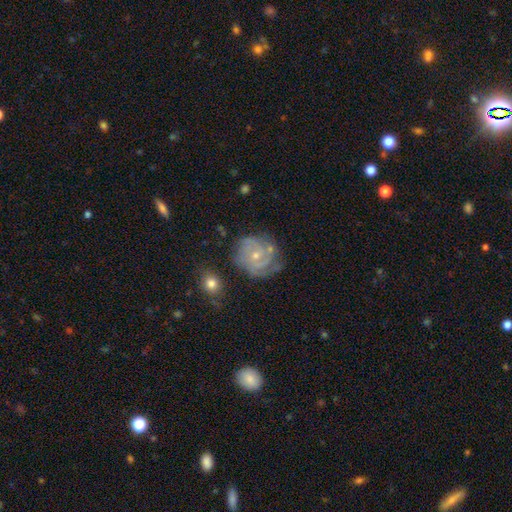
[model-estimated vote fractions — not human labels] Smooth or featured: featured or disk — 80% (smooth — 13%)
Edge-on disk: no — 98% (yes — 2%)
Bar: no — 71% (weak — 24%)
Spiral arms: yes — 92% (no — 8%)
Spiral winding: tight — 63% (medium — 29%)
Spiral arm count: can't tell — 30% (3 — 29%)
Bulge size: small — 67% (moderate — 29%)
Merging: none — 62% (minor disturbance — 23%)